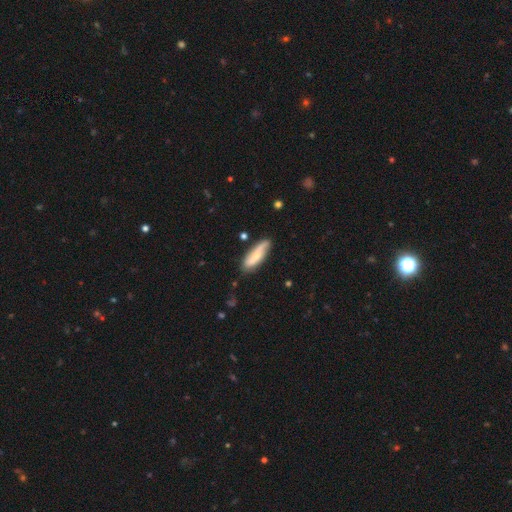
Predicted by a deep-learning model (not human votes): This appears to be a smooth galaxy with no disk features (56%) that is in between round and cigar-shaped (50%). Merging: none (74%).